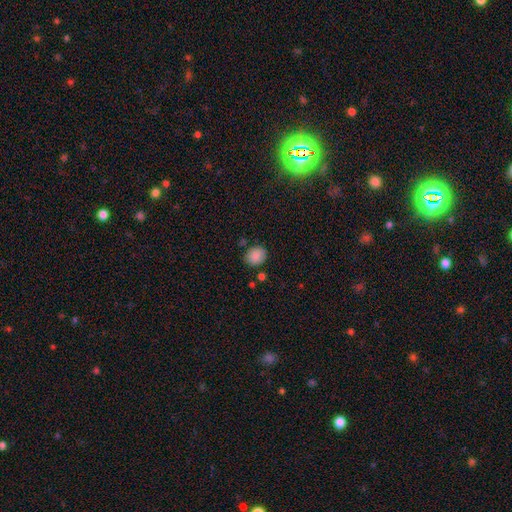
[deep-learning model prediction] smooth 87%, star or artifact 8%, featured or disk 5%. Down the decision tree: how rounded — round (67%); merging — none (80%).